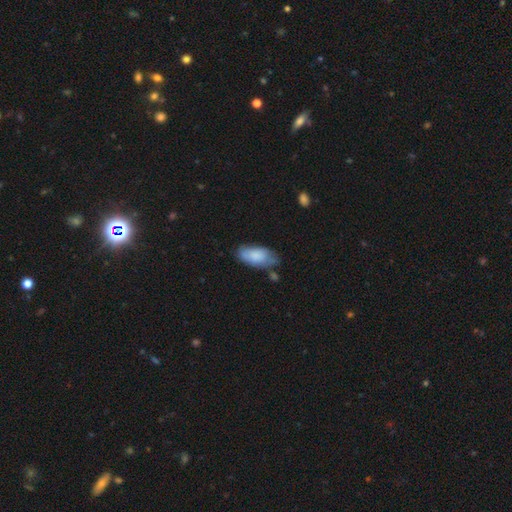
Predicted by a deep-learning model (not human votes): The model was most divided on "merging": none: 55%, minor disturbance: 30%, major disturbance: 8%, merger: 7%. More confident: how rounded — in between (91%); smooth or featured — smooth (78%).